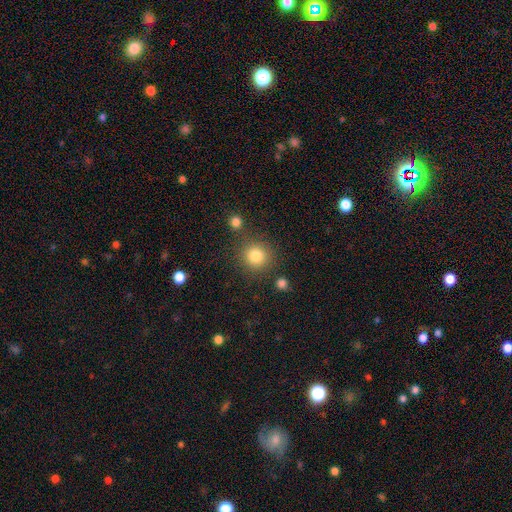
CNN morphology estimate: A smooth galaxy with no disk features (83%) that is round (93%).

Vote fractions:
- Smooth or featured? smooth: 83% / star or artifact: 11% / featured or disk: 6%
- How rounded? round: 93% / in between: 6% / cigar-shaped: 1%
- Merging? none: 82% / minor disturbance: 8% / merger: 7% / major disturbance: 3%